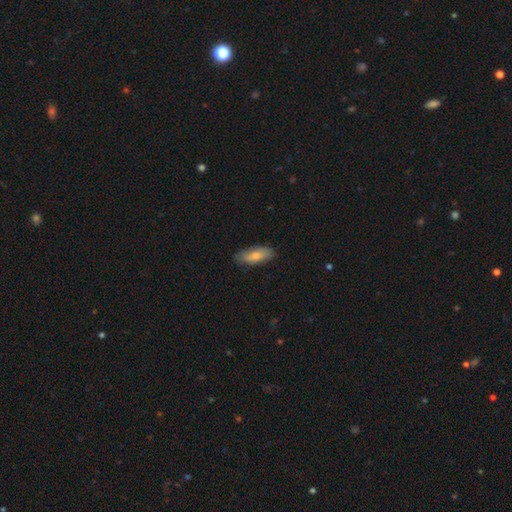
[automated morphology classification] smooth 75%, featured or disk 19%, star or artifact 6%. Down the decision tree: how rounded — in between (70%); merging — none (80%).